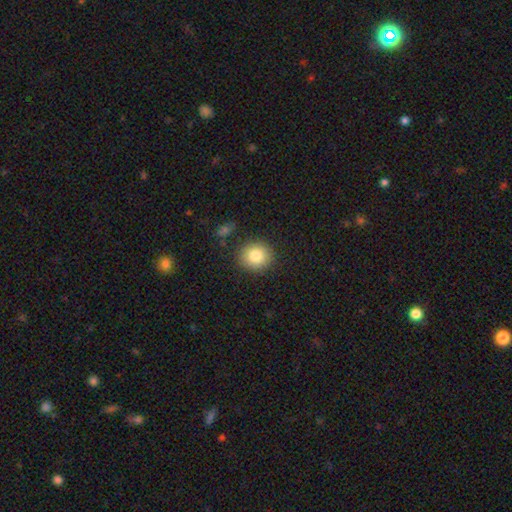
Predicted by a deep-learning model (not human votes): smooth-or-featured: smooth: 83% | star or artifact: 9% | featured or disk: 8%
  how-rounded: round: 82% | in between: 17% | cigar-shaped: 1%
  merging: none: 87% | minor disturbance: 9% | major disturbance: 3% | merger: 2%